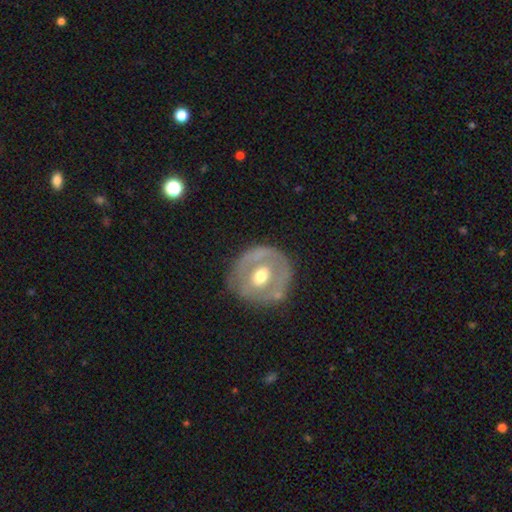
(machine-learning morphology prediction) Smooth or featured? featured or disk (61%)
Edge-on disk? no (94%)
Bar? no (52%)
Spiral arms? no (77%)
Bulge size? moderate (78%)
Merging? none (75%)